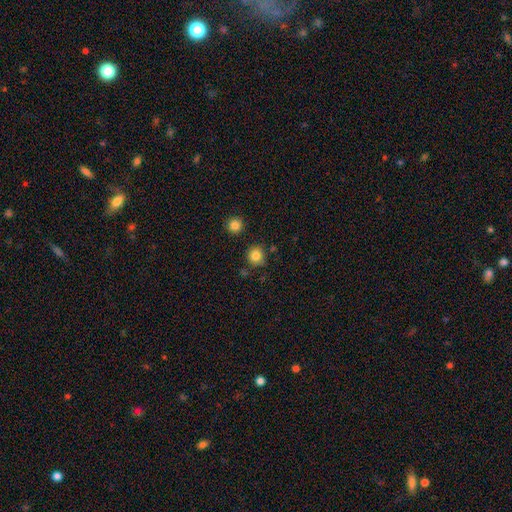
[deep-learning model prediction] Smooth or featured?
  - smooth: 83% *
  - star or artifact: 12%
  - featured or disk: 5%
How rounded?
  - round: 90% *
  - in between: 9%
  - cigar-shaped: 1%
Merging?
  - none: 82% *
  - minor disturbance: 11%
  - merger: 4%
  - major disturbance: 3%